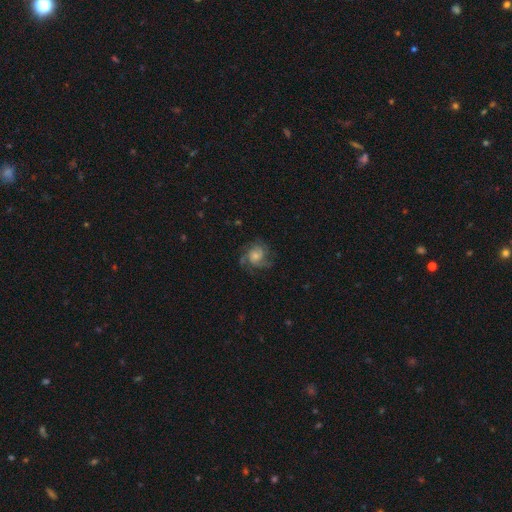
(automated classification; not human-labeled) smooth-or-featured: featured or disk: 72% | smooth: 19% | star or artifact: 9%
  disk-edge-on: no: 98% | yes: 2%
    bar: no: 75% | weak: 22% | strong: 3%
    has-spiral-arms: yes: 93% | no: 7%
      spiral-winding: medium: 46% | tight: 39% | loose: 16%
      spiral-arm-count: 3: 37% | can't tell: 21% | 4: 16% | 2: 15% | 1: 5% | more than 4: 5%
    bulge-size: small: 45% | moderate: 39% | large: 8% | none: 7% | dominant: 2%
  merging: none: 67% | minor disturbance: 18% | major disturbance: 13% | merger: 1%